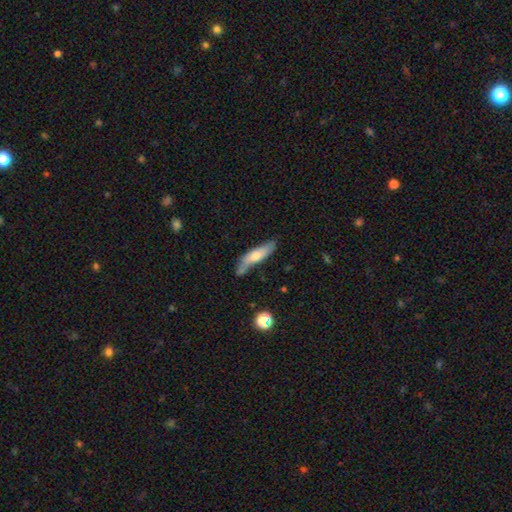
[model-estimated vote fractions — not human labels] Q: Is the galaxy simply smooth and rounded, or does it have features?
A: smooth — 62%.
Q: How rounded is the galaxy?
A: cigar-shaped — 70%.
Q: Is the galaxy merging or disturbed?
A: none — 56%.